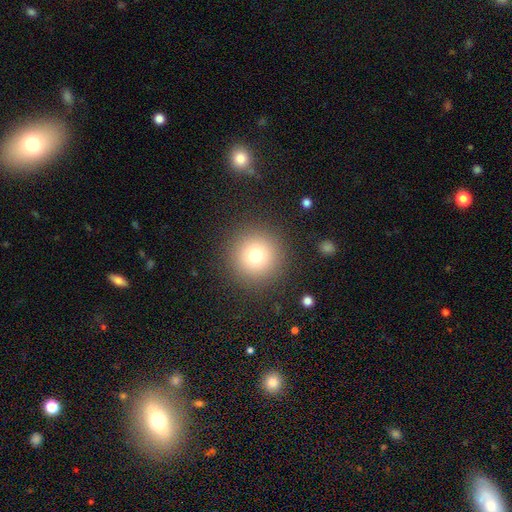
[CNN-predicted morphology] Smooth or featured? Predicted: smooth (p=0.76). How rounded? Predicted: round (p=0.96). Merging? Predicted: none (p=0.90).